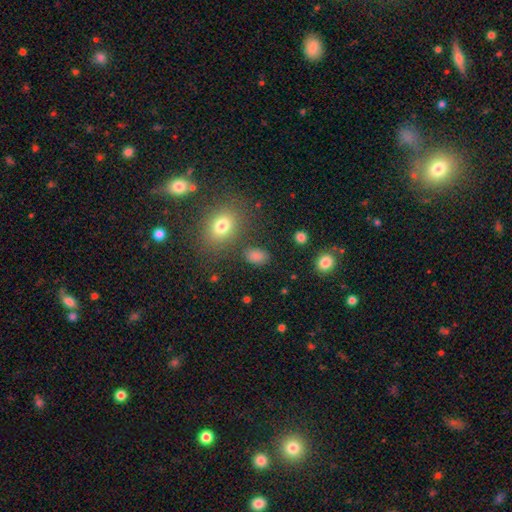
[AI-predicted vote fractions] Morphology: type=smooth (77%); roundness=in between (77%); merging=none (79%).